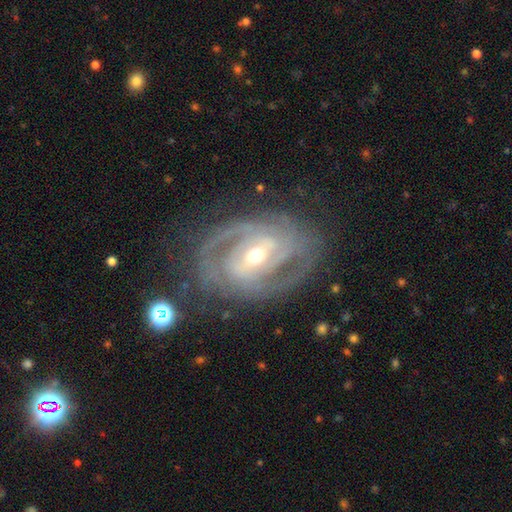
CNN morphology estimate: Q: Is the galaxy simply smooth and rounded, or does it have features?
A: featured or disk — 90%.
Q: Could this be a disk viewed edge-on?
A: no — 96%.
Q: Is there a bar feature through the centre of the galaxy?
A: weak — 41%.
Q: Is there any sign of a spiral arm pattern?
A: yes — 96%.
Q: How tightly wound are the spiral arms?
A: tight — 57%.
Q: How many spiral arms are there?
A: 2 — 51%.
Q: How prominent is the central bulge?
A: moderate — 51%.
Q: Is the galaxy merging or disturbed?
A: none — 74%.